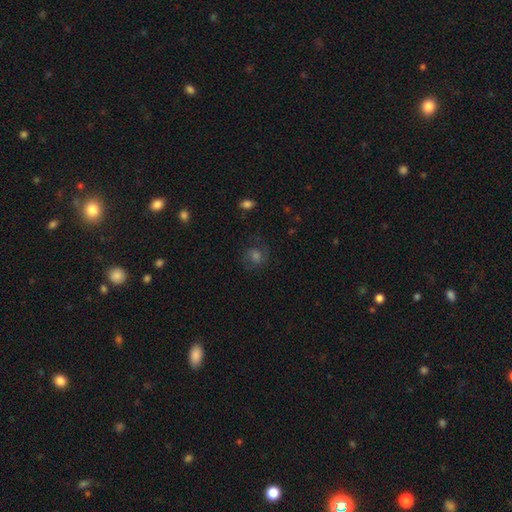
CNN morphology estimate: Q: Smooth or featured?
A: featured or disk (38%); runner-up: smooth (36%)
Q: Merging?
A: none (74%); runner-up: minor disturbance (14%)